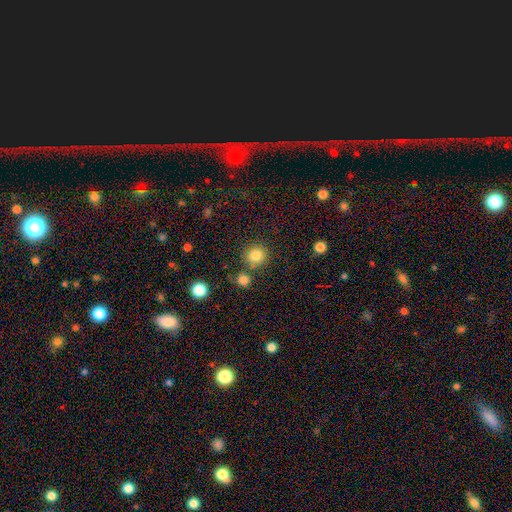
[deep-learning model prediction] Smooth or featured? smooth (83%)
How rounded? round (92%)
Merging? none (77%)